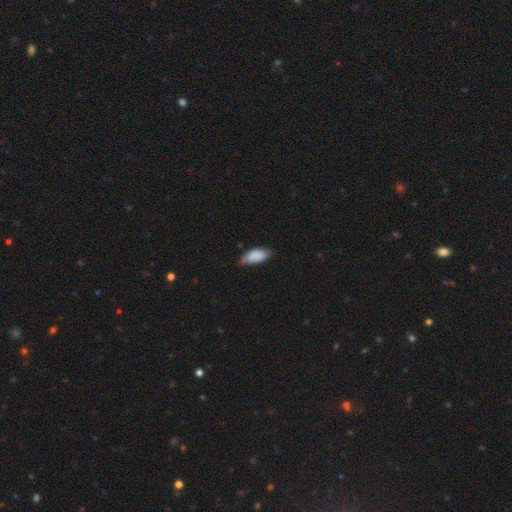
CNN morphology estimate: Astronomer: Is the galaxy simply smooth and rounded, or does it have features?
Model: smooth — 86%.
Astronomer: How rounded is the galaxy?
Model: in between — 89%.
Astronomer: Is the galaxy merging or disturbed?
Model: none — 56% (runner-up: minor disturbance, 37%).